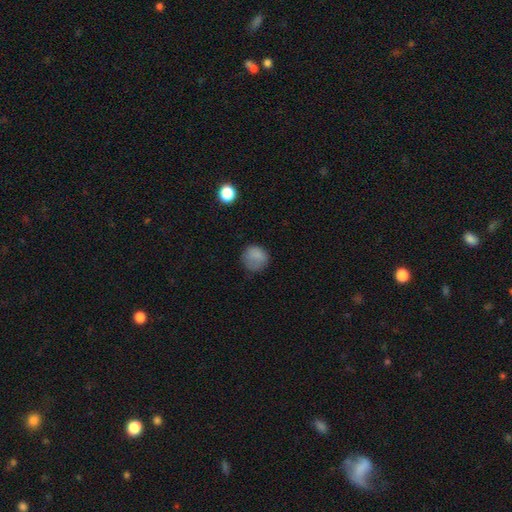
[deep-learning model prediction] The model was most divided on "merging": none: 68%, minor disturbance: 22%, major disturbance: 9%, merger: 2%. More confident: how rounded — round (83%); smooth or featured — smooth (82%).